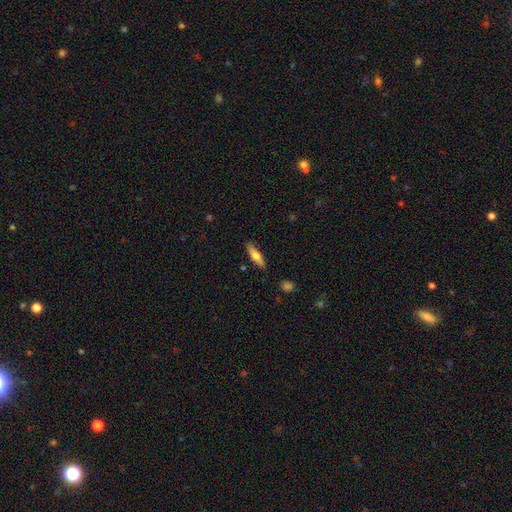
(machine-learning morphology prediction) A smooth galaxy with no disk features (61%) that is cigar-shaped (63%).

Vote fractions:
- Smooth or featured? smooth: 61% / featured or disk: 33% / star or artifact: 6%
- How rounded? cigar-shaped: 63% / in between: 35% / round: 2%
- Merging? none: 84% / minor disturbance: 12% / major disturbance: 2% / merger: 2%